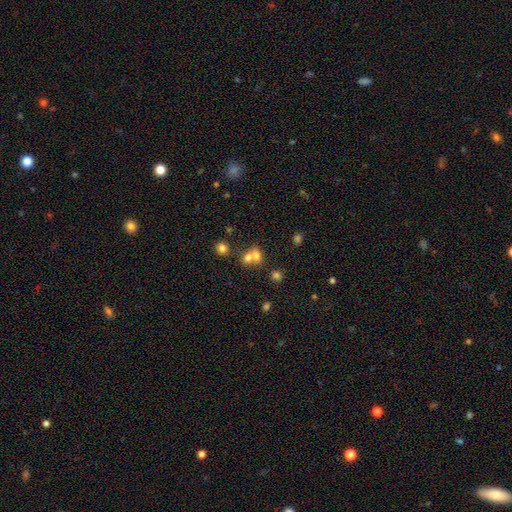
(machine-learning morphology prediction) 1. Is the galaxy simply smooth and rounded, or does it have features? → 68% smooth, 16% star or artifact, 16% featured or disk.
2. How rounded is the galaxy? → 53% round, 46% in between, 2% cigar-shaped.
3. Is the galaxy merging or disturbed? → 60% merger, 29% none, 7% minor disturbance, 4% major disturbance.